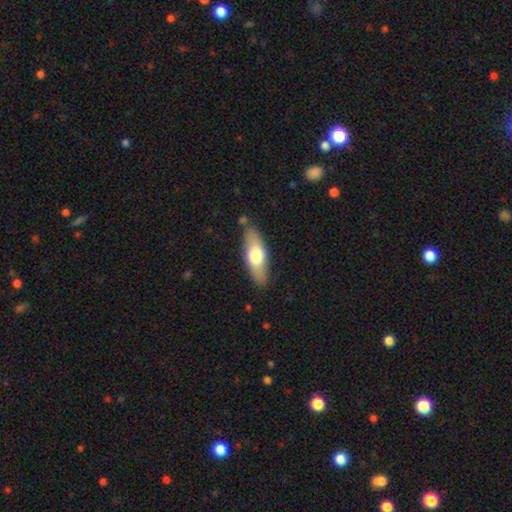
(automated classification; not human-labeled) smooth 58%, featured or disk 37%, star or artifact 5%. Down the decision tree: how rounded — in between (56%); merging — none (81%).